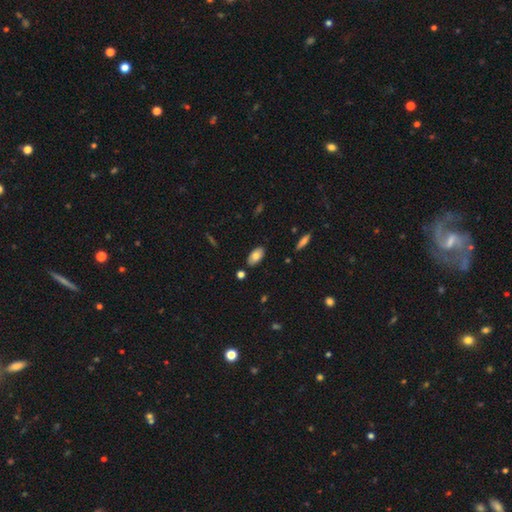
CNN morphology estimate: Q: Smooth or featured?
A: smooth (77%); runner-up: featured or disk (15%)
Q: How rounded?
A: in between (94%); runner-up: cigar-shaped (3%)
Q: Merging?
A: none (84%); runner-up: minor disturbance (11%)